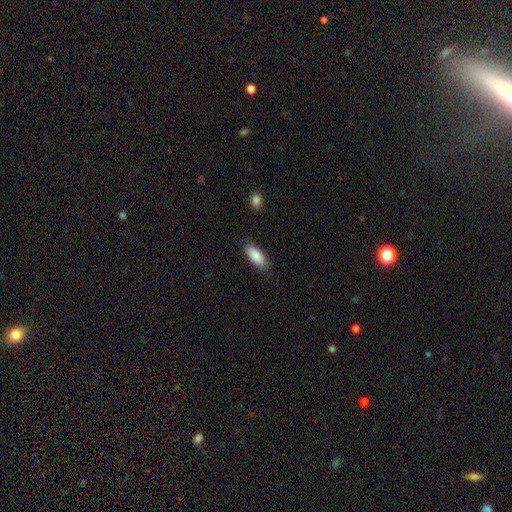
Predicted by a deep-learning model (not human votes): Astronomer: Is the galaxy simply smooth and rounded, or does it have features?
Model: smooth — 88%.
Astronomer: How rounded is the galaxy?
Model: in between — 76%.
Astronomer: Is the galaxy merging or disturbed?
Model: none — 84%.